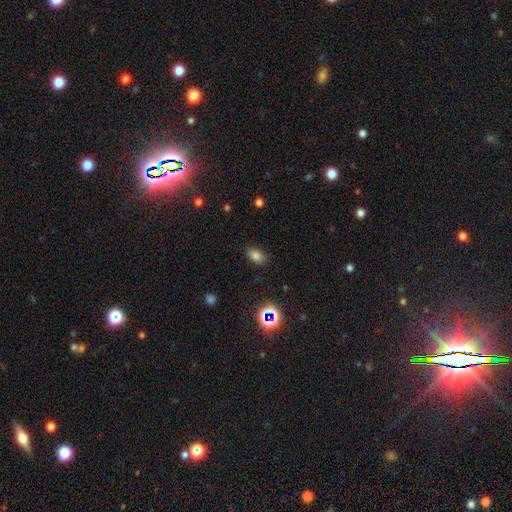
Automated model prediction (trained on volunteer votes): This is likely a smooth galaxy (78%). How rounded: clearly in between (86%). Merging: clearly none (84%).